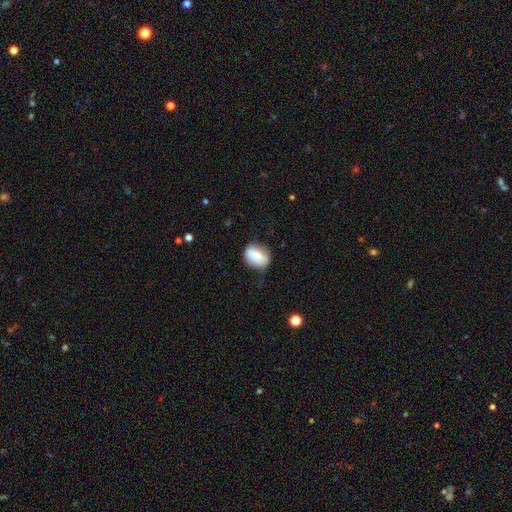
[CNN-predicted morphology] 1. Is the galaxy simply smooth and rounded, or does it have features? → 81% smooth, 12% featured or disk, 8% star or artifact.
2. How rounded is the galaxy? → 77% in between, 21% round, 2% cigar-shaped.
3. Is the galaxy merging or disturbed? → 55% none, 33% minor disturbance, 9% major disturbance, 3% merger.